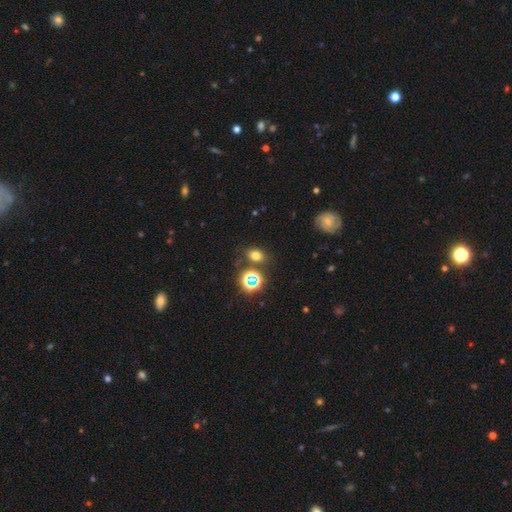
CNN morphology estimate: Q: Smooth or featured?
A: smooth (66%); runner-up: star or artifact (25%)
Q: How rounded?
A: in between (58%); runner-up: round (41%)
Q: Merging?
A: none (75%); runner-up: minor disturbance (11%)